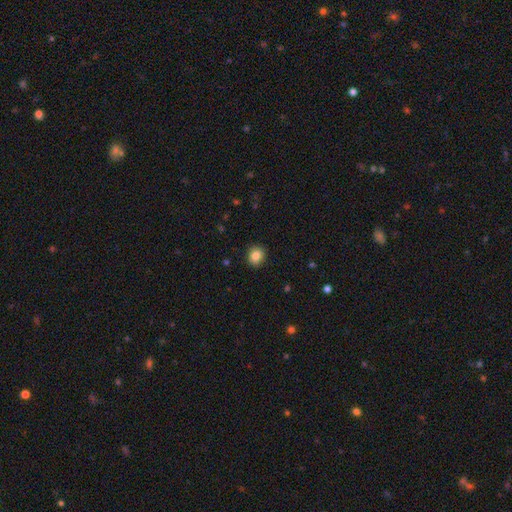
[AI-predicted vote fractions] A smooth galaxy with no disk features (85%) that is round (72%). Merging: none (88%).